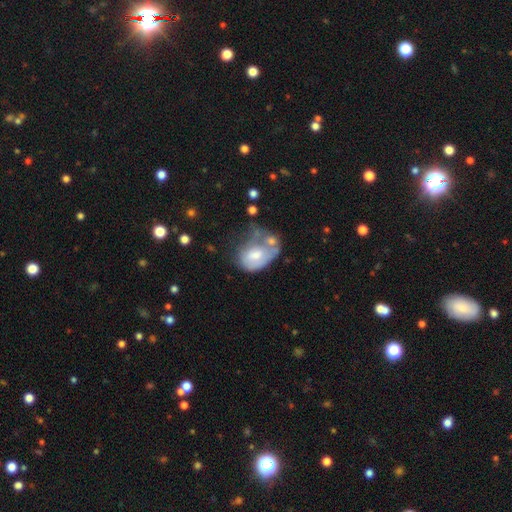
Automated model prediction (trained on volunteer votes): smooth_or_featured: smooth (p=0.51) [alt: featured or disk p=0.41]
how_rounded: in between (p=0.76) [alt: round p=0.23]
merging: major disturbance (p=0.33) [alt: merger p=0.29]